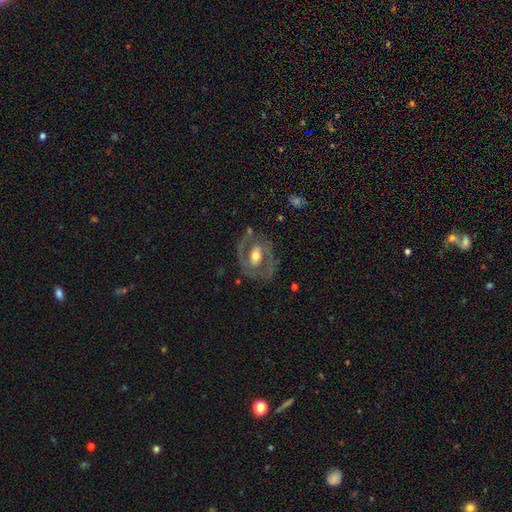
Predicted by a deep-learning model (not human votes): Smooth or featured? featured or disk (76%)
Edge-on disk? no (95%)
Bar? weak (37%, tied with no)
Spiral arms? yes (69%)
Bulge size? moderate (65%)
Merging? none (71%)